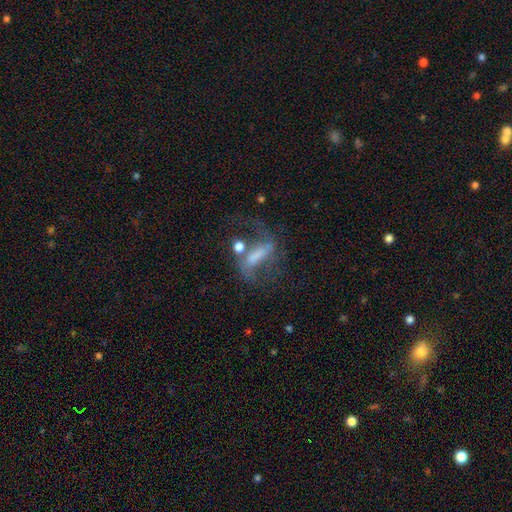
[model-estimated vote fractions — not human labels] This is likely a featured or disk galaxy (70%). It is clearly not viewed edge-on (90%). Bar: possibly strong (54%). Spiral arm pattern: clearly yes (83%). Spiral arm count: clearly 2 (85%). Spiral winding: likely loose (66%). Central bulge: marginally none (35%). Merging: possibly none (45%).